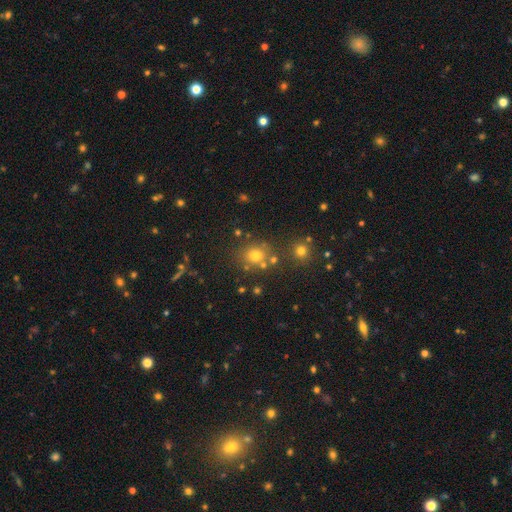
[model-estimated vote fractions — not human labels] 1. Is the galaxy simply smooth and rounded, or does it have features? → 70% smooth, 21% star or artifact, 9% featured or disk.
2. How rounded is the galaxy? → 76% round, 23% in between, 1% cigar-shaped.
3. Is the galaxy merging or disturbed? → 73% none, 12% merger, 11% minor disturbance, 4% major disturbance.